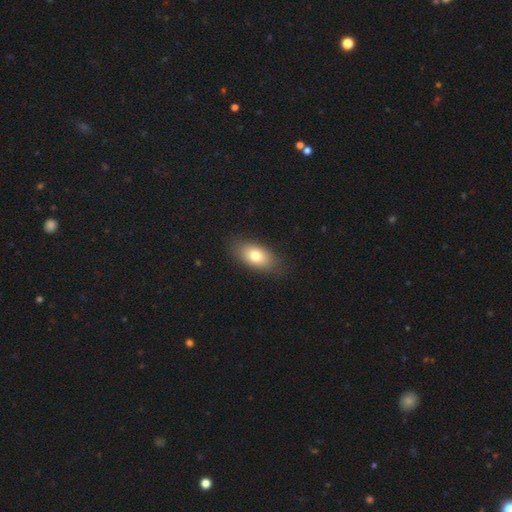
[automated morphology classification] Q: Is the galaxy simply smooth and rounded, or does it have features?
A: smooth — 76%.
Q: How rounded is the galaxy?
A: in between — 88%.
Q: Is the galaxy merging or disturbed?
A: none — 84%.